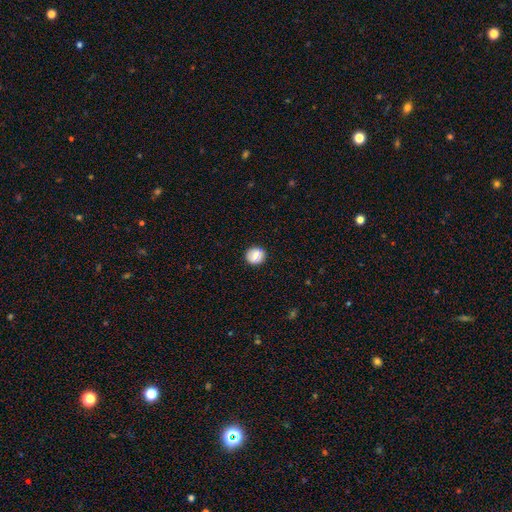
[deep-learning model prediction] This appears to be a smooth galaxy with no disk features (84%) that is round (87%). Merging: none (86%).